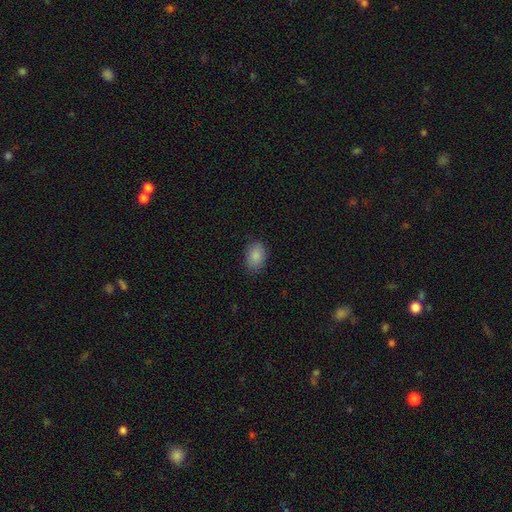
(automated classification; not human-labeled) Smooth or featured? smooth (88%)
How rounded? in between (81%)
Merging? none (83%)